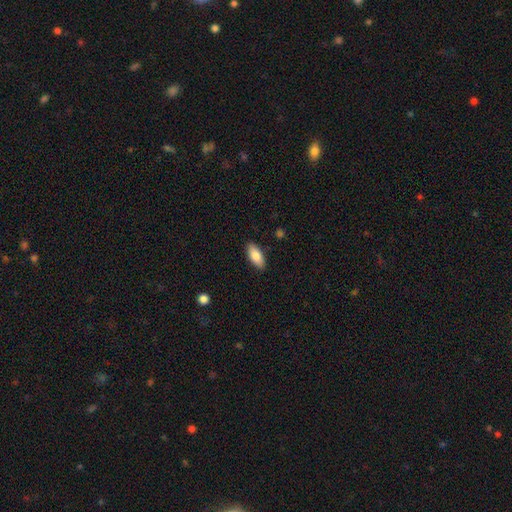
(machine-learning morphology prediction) The model was most divided on "smooth or featured": smooth: 82%, featured or disk: 12%, star or artifact: 6%. More confident: merging — none (88%); how rounded — in between (85%).